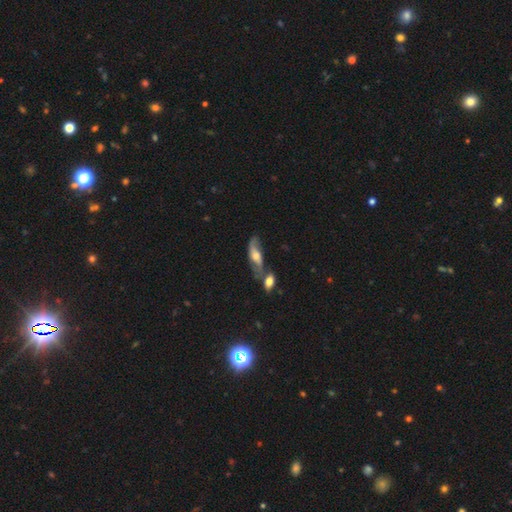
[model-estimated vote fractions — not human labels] Overall: featured or disk (64%; smooth 28%). Edge-on disk: no (76%). Merging: none (47%; merger 29%).